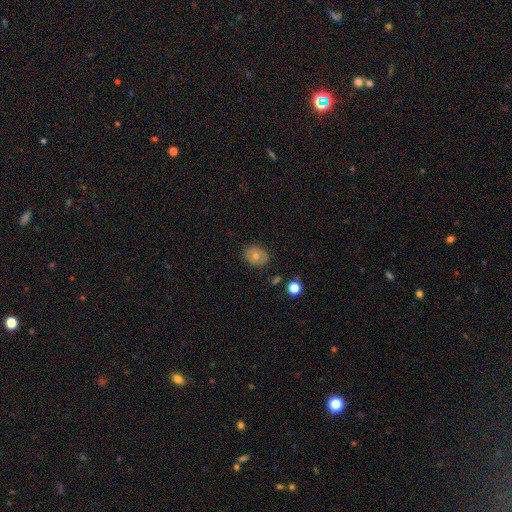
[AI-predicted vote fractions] This is likely a smooth galaxy (63%). How rounded: possibly in between (54%). Merging: clearly none (83%).